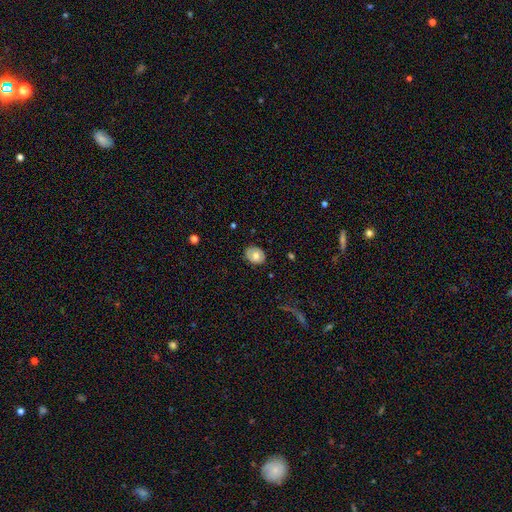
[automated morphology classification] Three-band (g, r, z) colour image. It shows a smooth galaxy with no disk features (65%) that is round (50%). Merging: none (81%).